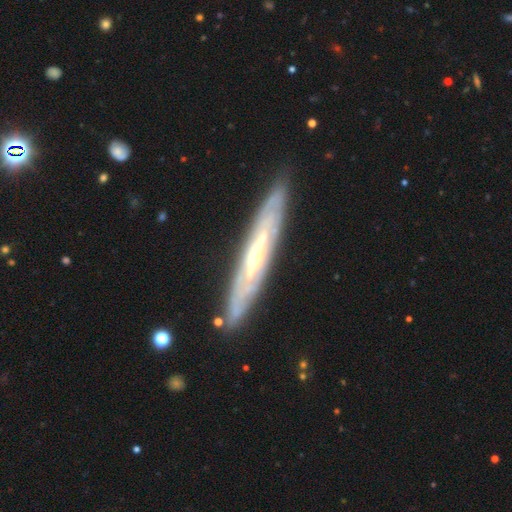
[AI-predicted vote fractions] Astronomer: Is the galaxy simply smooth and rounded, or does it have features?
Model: featured or disk — 80%.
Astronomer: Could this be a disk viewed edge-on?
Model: yes — 61% (runner-up: no, 39%).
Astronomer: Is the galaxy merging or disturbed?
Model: none — 85%.